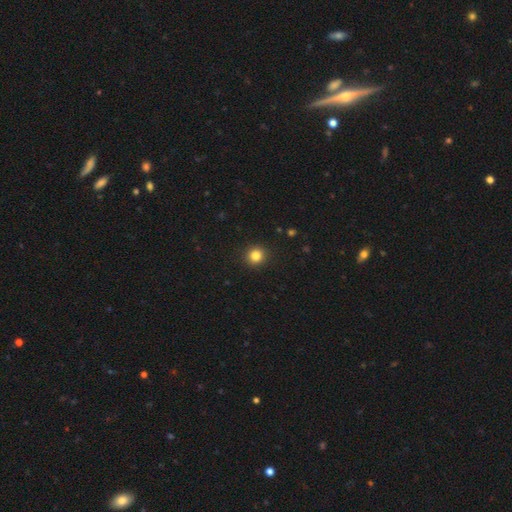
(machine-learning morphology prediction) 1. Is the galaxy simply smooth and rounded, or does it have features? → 84% smooth, 11% star or artifact, 4% featured or disk.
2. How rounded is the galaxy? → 92% round, 7% in between, 1% cigar-shaped.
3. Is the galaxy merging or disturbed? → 93% none, 5% minor disturbance, 2% major disturbance, 1% merger.